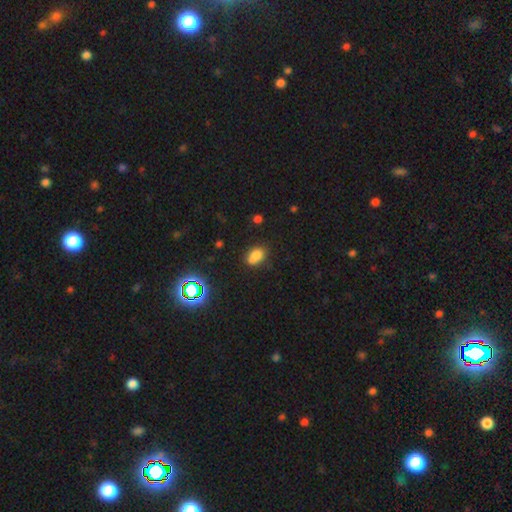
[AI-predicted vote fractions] Smooth or featured: smooth — 75% (star or artifact — 16%)
How rounded: in between — 74% (round — 24%)
Merging: none — 61% (minor disturbance — 20%)